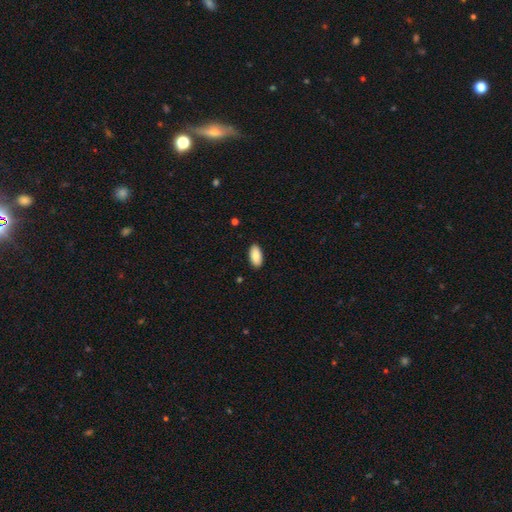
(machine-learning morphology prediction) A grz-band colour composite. It shows a smooth galaxy with no disk features (88%) that is in between round and cigar-shaped (92%). Merging: none (90%).